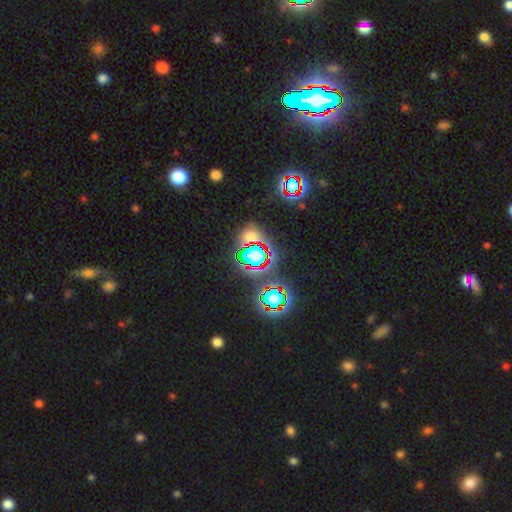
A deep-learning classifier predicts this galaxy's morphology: smooth-or-featured: star or artifact: 67% | smooth: 21% | featured or disk: 12%